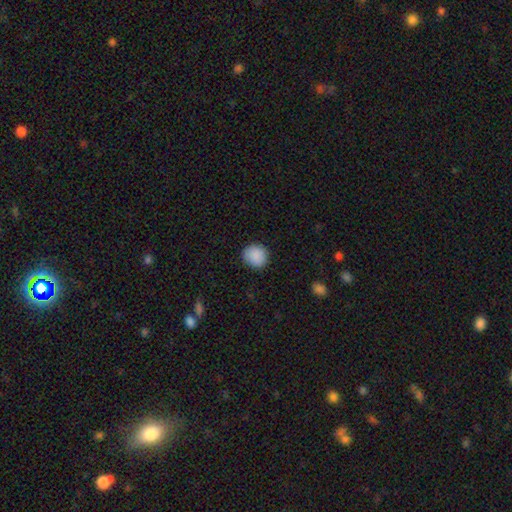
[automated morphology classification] Smooth or featured? Predicted: smooth (p=0.90). How rounded? Predicted: round (p=0.87). Merging? Predicted: none (p=0.89).